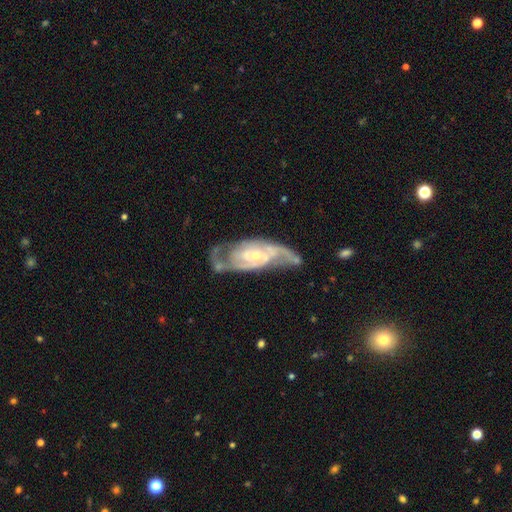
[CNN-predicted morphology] The model was most divided on "spiral winding": medium: 46%, tight: 37%, loose: 17%. Remaining: spiral arms — yes (94%); edge-on disk — no (93%); smooth or featured — featured or disk (87%); spiral arm count — 2 (71%); bulge size — small (66%); merging — none (58%); bar — no (49%).